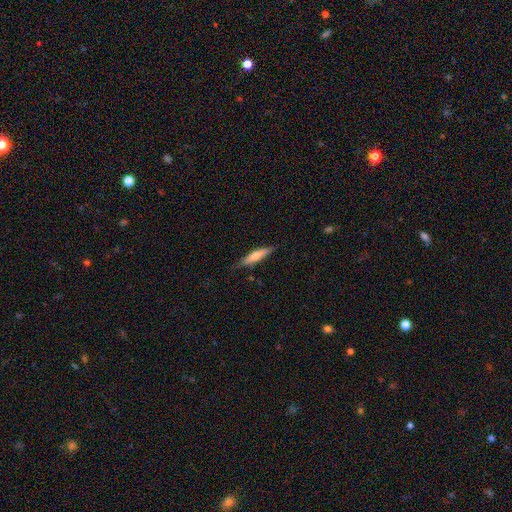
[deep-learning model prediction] Smooth or featured: smooth — 63% (featured or disk — 32%)
How rounded: cigar-shaped — 83% (in between — 15%)
Merging: none — 81% (minor disturbance — 15%)